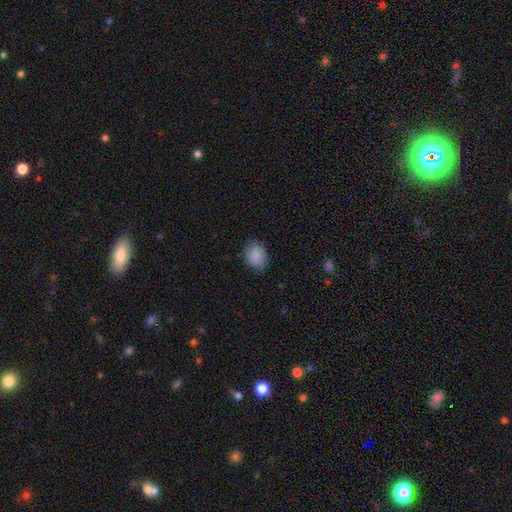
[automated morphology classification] Overall: smooth (88%). How rounded: in between (55%; round 44%). Merging: none (82%).